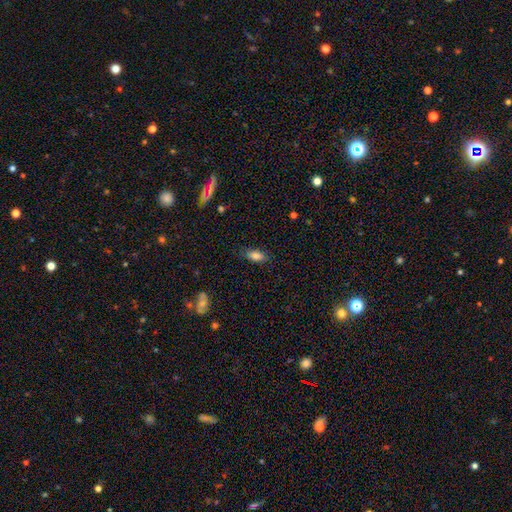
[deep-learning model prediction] A smooth galaxy with no disk features (83%) that is in between round and cigar-shaped (83%). Merging: none (82%).